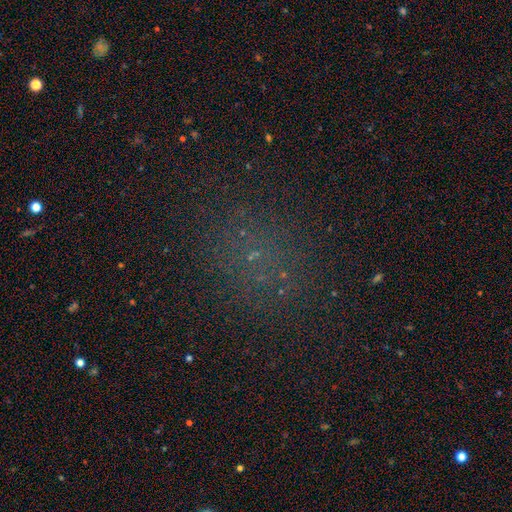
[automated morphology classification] star or artifact 44%, smooth 43%, featured or disk 12%.